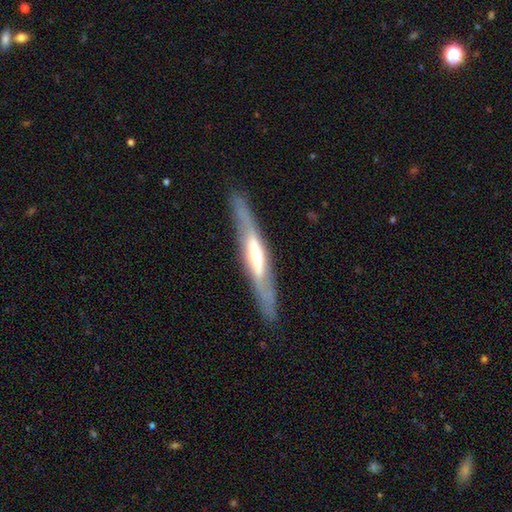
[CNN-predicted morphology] Smooth or featured? Predicted: featured or disk (p=0.69). Edge-on disk? Predicted: yes (p=0.74). Edge-on bulge? Predicted: rounded (p=0.72). Merging? Predicted: none (p=0.86).